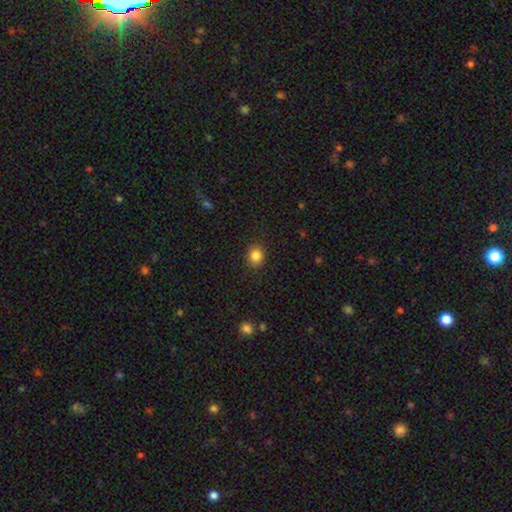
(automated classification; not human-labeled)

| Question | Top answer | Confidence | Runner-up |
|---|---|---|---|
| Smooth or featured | smooth | 85% | star or artifact (11%) |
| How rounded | round | 71% | in between (28%) |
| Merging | none | 88% | minor disturbance (9%) |